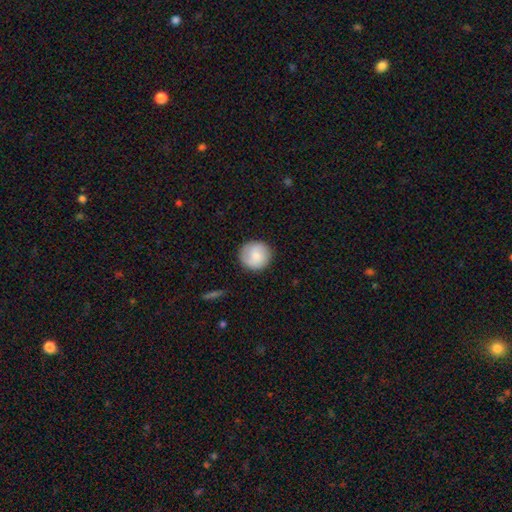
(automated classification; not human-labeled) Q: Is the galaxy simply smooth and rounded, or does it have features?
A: smooth — 77%.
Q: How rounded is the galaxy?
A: round — 94%.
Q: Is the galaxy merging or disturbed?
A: none — 87%.